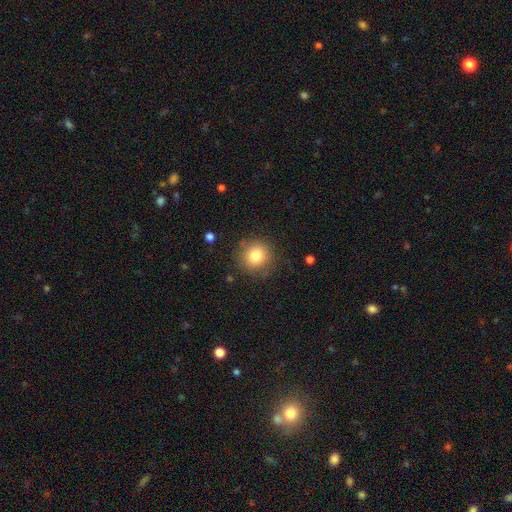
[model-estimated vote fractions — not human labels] smooth 81%, star or artifact 10%, featured or disk 9%. Down the decision tree: how rounded — round (93%); merging — none (84%).